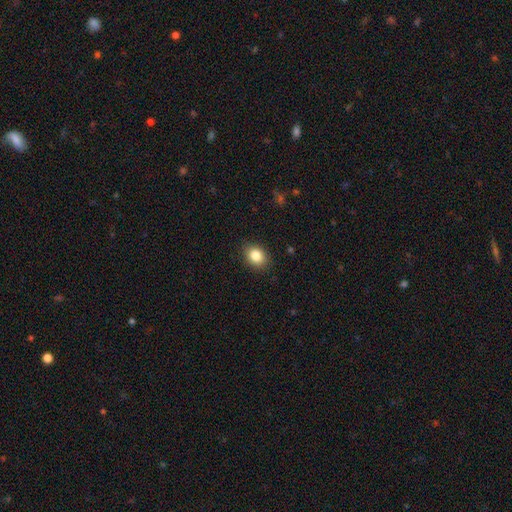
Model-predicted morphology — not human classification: smooth 85%, star or artifact 9%, featured or disk 6%. Down the decision tree: how rounded — in between (57%); merging — none (87%).